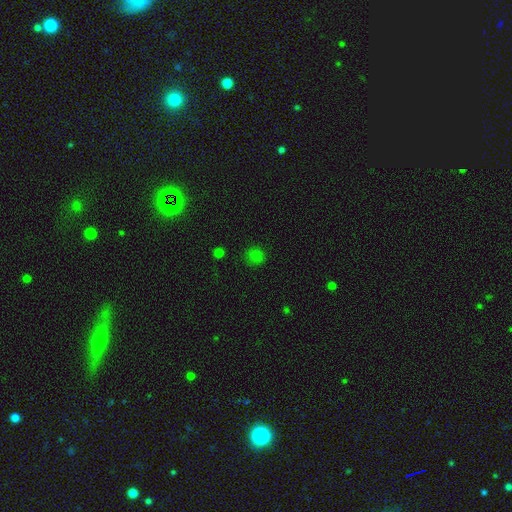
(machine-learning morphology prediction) Smooth or featured? smooth (72%)
How rounded? round (85%)
Merging? none (82%)